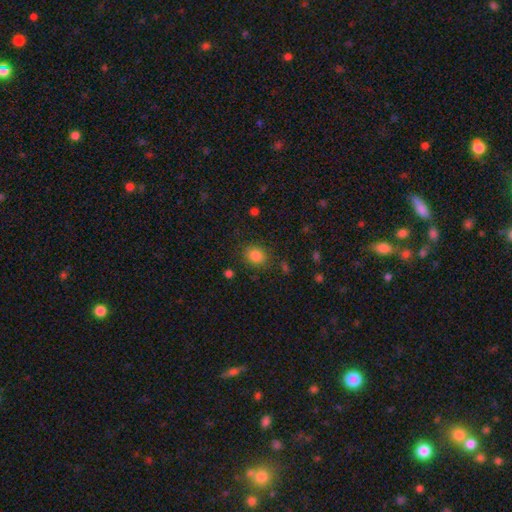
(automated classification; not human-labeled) A smooth galaxy with no disk features (84%) that is round (58%). Merging: none (83%).